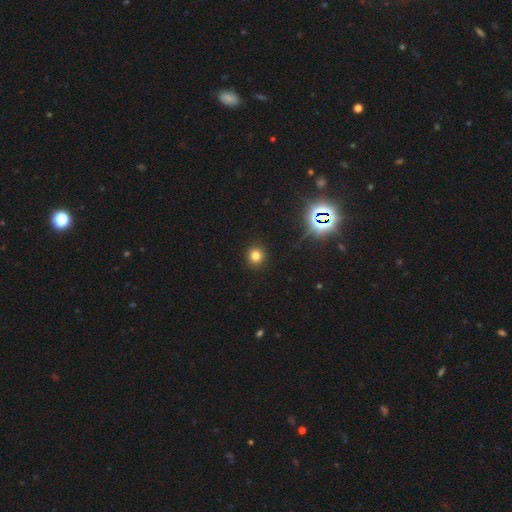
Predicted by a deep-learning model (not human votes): smooth_or_featured: smooth (p=0.77) [alt: star or artifact p=0.17]
how_rounded: round (p=0.89) [alt: in between p=0.10]
merging: none (p=0.91) [alt: minor disturbance p=0.05]